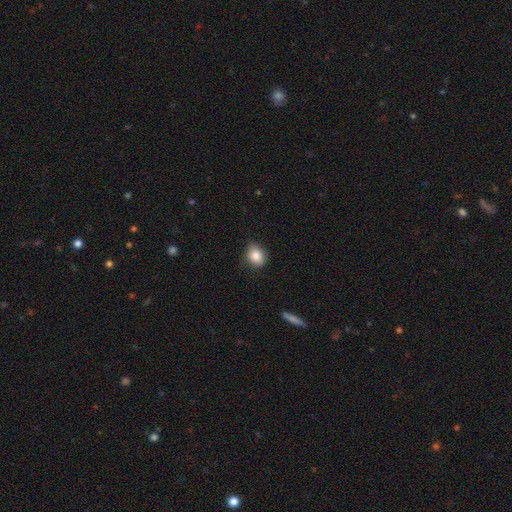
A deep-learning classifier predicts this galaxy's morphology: smooth 85%, star or artifact 9%, featured or disk 6%. Down the decision tree: how rounded — round (54%); merging — none (77%).